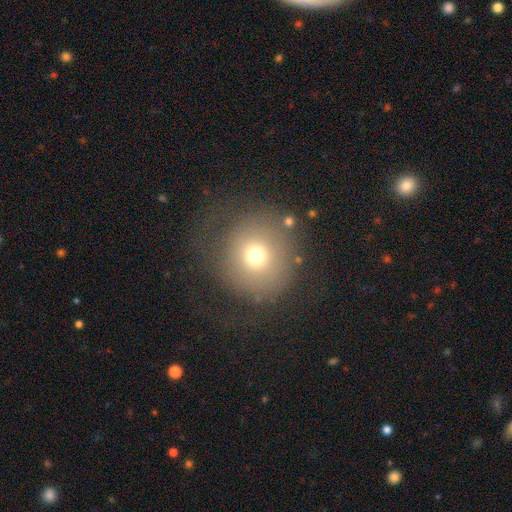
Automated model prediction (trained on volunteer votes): This appears to be a smooth galaxy with no disk features (69%) that is round (92%). Merging: none (63%).